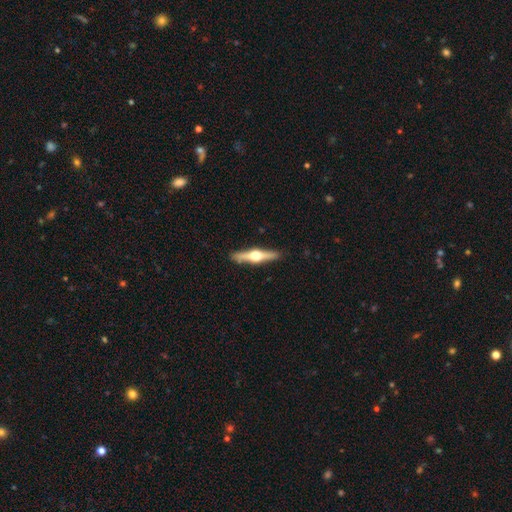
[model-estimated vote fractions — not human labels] smooth-or-featured: featured or disk: 76% | smooth: 19% | star or artifact: 5%
  disk-edge-on: yes: 98% | no: 2%
    edge-on-bulge: rounded: 97% | boxy: 2% | none: 1%
  merging: none: 91% | minor disturbance: 6% | major disturbance: 1% | merger: 1%